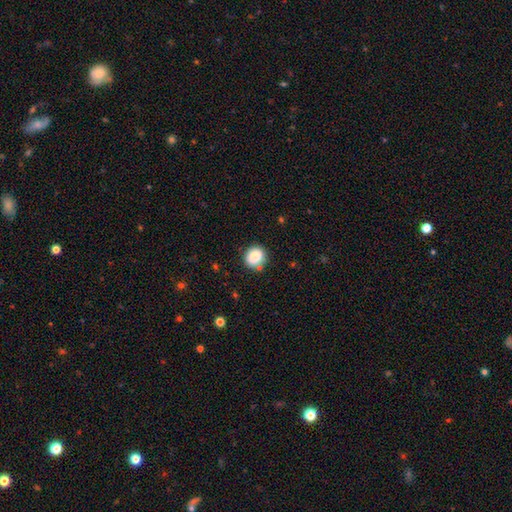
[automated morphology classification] Smooth or featured?
  - smooth: 85% *
  - star or artifact: 9%
  - featured or disk: 6%
How rounded?
  - round: 74% *
  - in between: 25%
  - cigar-shaped: 1%
Merging?
  - none: 78% *
  - minor disturbance: 13%
  - merger: 5%
  - major disturbance: 3%